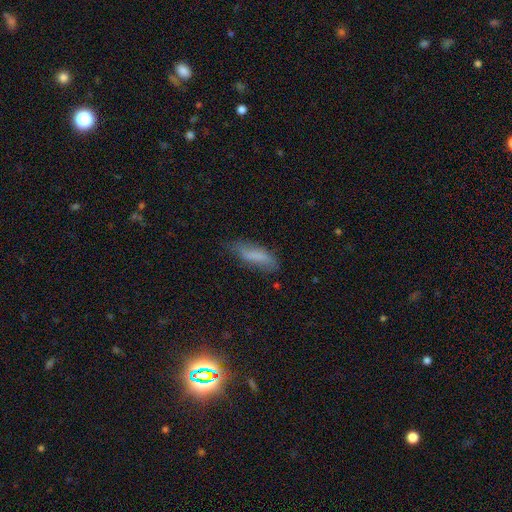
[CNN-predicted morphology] This appears to be a smooth galaxy with no disk features (73%) that is cigar-shaped (50%). Merging: none (61%).